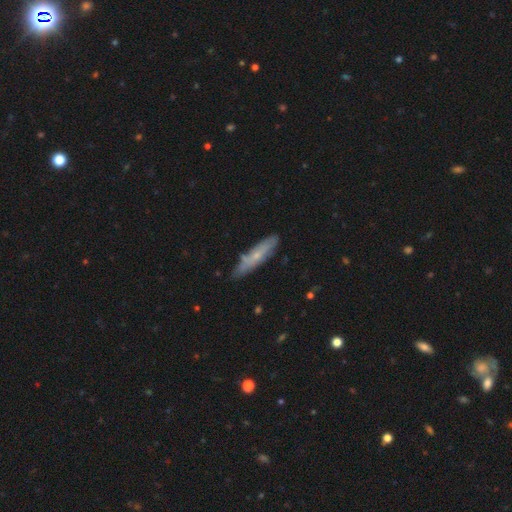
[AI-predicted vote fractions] A smooth galaxy with no disk features (50%). Merging: none (77%).